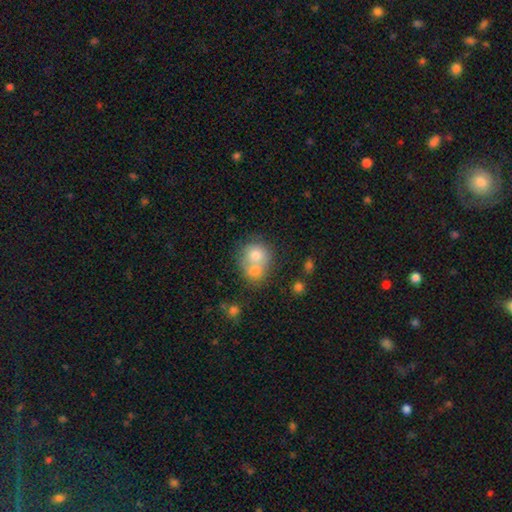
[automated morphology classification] The model was most divided on "merging": merger: 64%, none: 26%, minor disturbance: 7%, major disturbance: 3%. More confident: how rounded — round (75%); smooth or featured — smooth (71%).